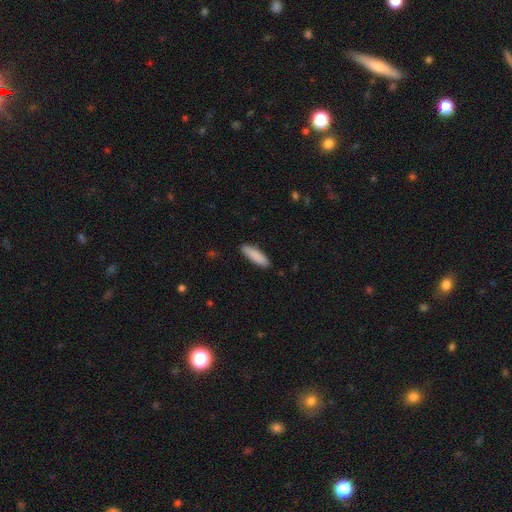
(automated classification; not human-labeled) Overall: smooth (88%). How rounded: cigar-shaped (65%; in between 34%). Merging: none (88%).